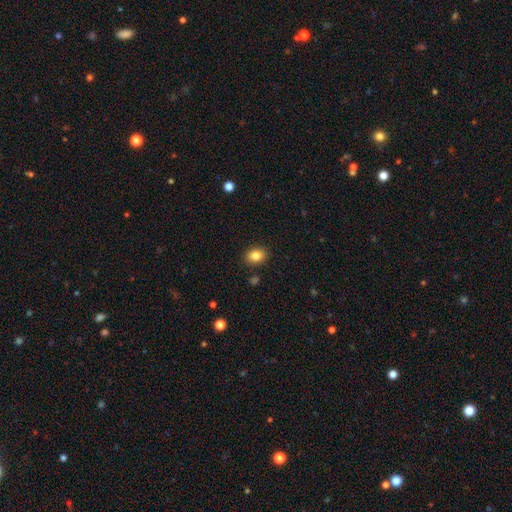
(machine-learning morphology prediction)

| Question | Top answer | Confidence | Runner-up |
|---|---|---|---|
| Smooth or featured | smooth | 84% | star or artifact (9%) |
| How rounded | in between | 62% | round (37%) |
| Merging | none | 89% | minor disturbance (8%) |